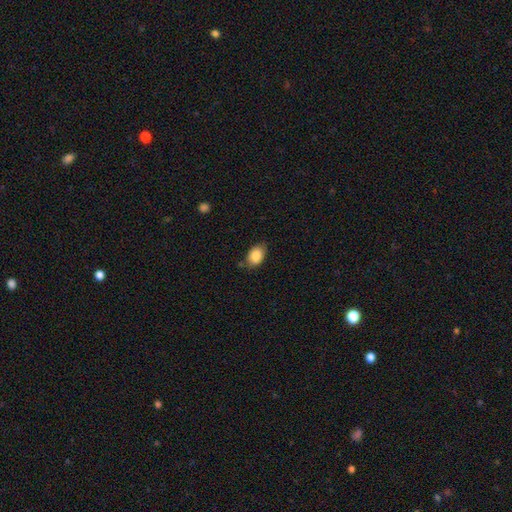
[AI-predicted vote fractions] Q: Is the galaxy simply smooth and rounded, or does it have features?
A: smooth — 87%.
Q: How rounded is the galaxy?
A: in between — 83%.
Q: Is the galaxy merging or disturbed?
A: none — 77%.